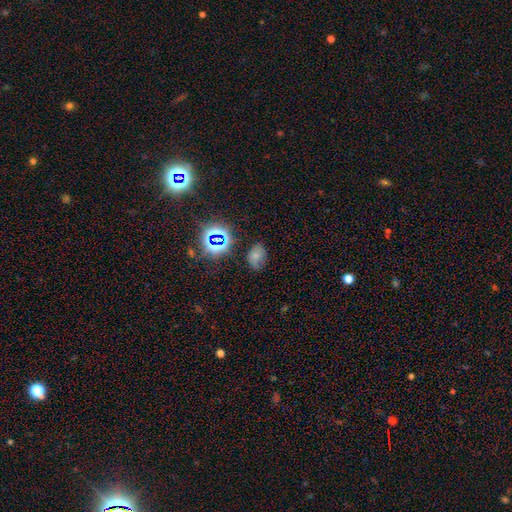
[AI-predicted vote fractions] This appears to be a smooth galaxy with no disk features (61%) that is in between round and cigar-shaped (76%). Merging: none (65%).